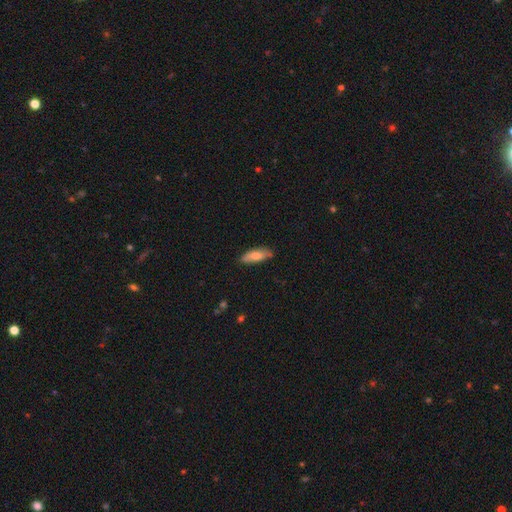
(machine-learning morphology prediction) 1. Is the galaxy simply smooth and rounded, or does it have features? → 75% smooth, 19% featured or disk, 6% star or artifact.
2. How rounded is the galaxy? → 58% in between, 40% cigar-shaped, 2% round.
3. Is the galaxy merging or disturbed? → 75% none, 20% minor disturbance, 3% major disturbance, 2% merger.